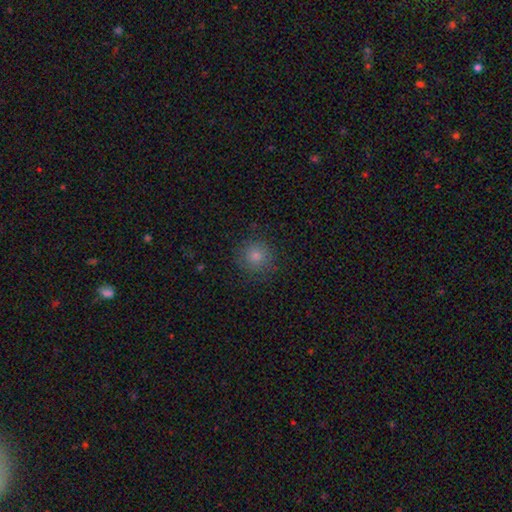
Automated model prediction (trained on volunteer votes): Smooth or featured?
  - smooth: 75% *
  - star or artifact: 16%
  - featured or disk: 9%
How rounded?
  - round: 94% *
  - in between: 6%
  - cigar-shaped: 1%
Merging?
  - none: 86% *
  - minor disturbance: 10%
  - major disturbance: 3%
  - merger: 1%